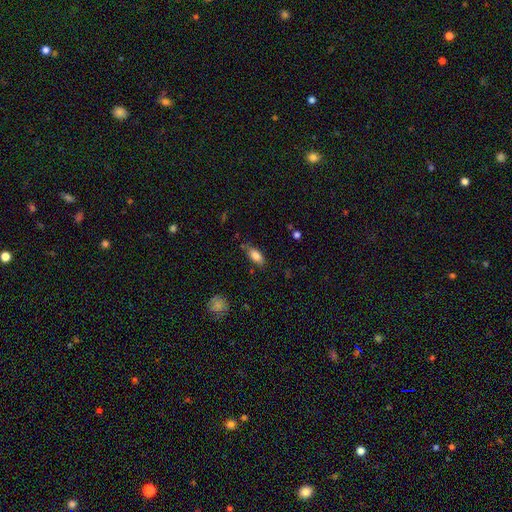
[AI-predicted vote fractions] Morphology: type=smooth (82%); roundness=in between (84%); merging=none (71%).